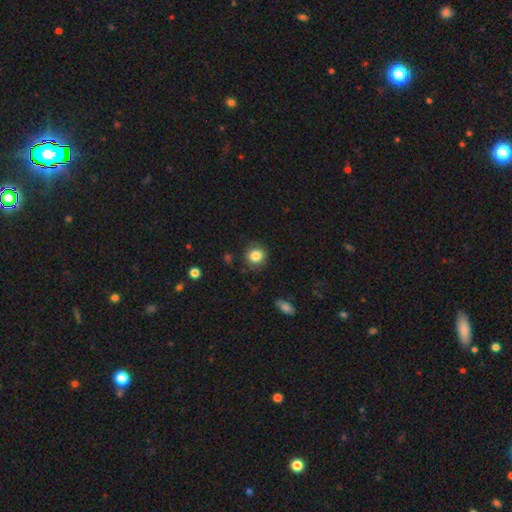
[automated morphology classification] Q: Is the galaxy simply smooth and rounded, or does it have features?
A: smooth — 84%.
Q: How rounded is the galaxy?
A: round — 87%.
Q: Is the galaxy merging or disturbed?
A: none — 85%.